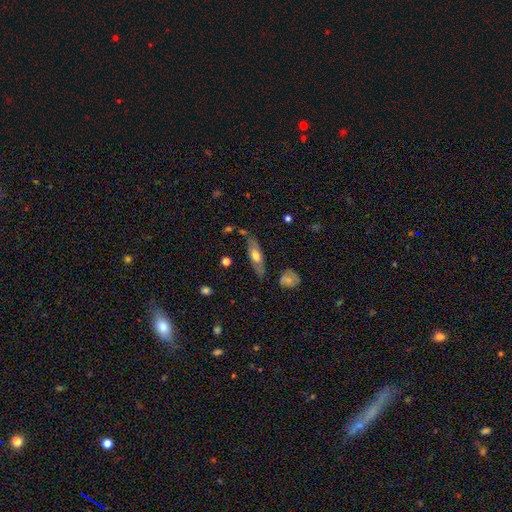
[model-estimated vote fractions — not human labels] Smooth or featured?
  - smooth: 51% *
  - featured or disk: 42%
  - star or artifact: 6%
How rounded?
  - cigar-shaped: 51% *
  - in between: 46%
  - round: 3%
Merging?
  - none: 74% *
  - minor disturbance: 18%
  - merger: 4%
  - major disturbance: 4%